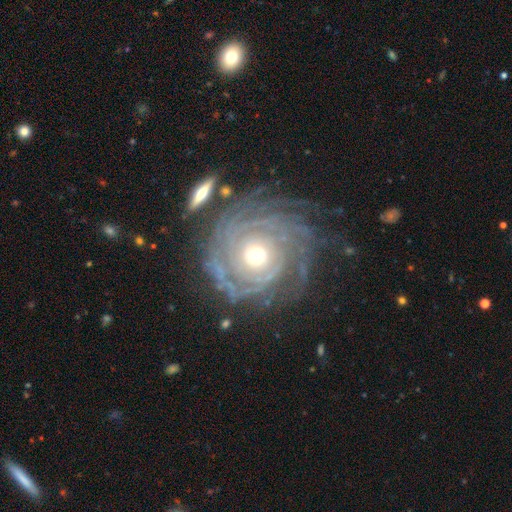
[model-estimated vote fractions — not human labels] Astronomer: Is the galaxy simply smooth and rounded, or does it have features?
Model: featured or disk — 87%.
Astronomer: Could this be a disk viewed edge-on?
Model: no — 97%.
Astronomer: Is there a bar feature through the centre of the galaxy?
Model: no — 83%.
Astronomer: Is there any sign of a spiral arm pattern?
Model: yes — 95%.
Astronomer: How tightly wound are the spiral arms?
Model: tight — 83%.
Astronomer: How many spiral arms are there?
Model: can't tell — 32% (runner-up: more than 4, 21%).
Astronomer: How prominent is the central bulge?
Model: moderate — 63%.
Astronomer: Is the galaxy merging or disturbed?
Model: none — 68%.